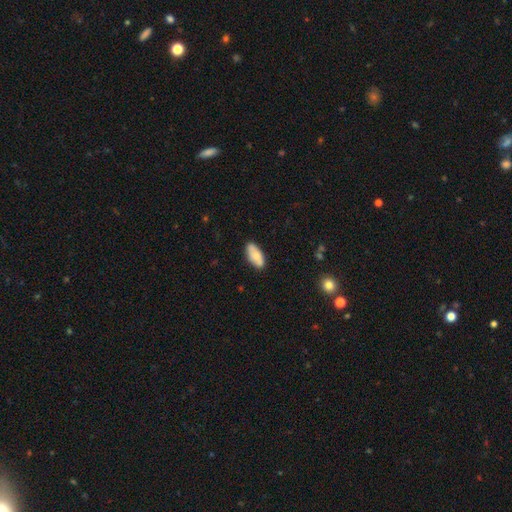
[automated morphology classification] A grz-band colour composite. It shows a smooth galaxy with no disk features (77%) that is in between round and cigar-shaped (87%). Merging: none (81%).